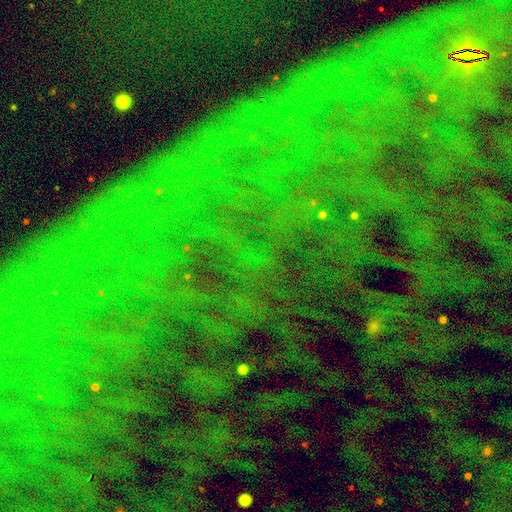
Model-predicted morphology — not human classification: smooth_or_featured: star or artifact (p=0.84) [alt: smooth p=0.09]